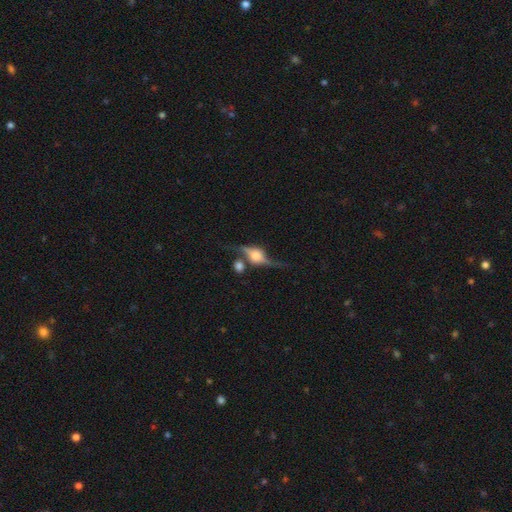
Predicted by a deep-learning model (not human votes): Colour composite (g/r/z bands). It shows a featured or disk galaxy (82%) viewed edge-on (74%) with a rounded central bulge (93%). Merging: none (58%).